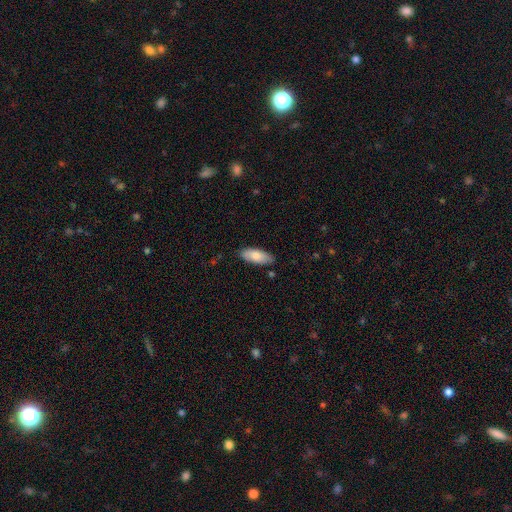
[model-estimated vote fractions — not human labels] Smooth or featured?
  - smooth: 82% *
  - featured or disk: 13%
  - star or artifact: 6%
How rounded?
  - in between: 83% *
  - cigar-shaped: 16%
  - round: 2%
Merging?
  - none: 83% *
  - minor disturbance: 14%
  - major disturbance: 2%
  - merger: 2%